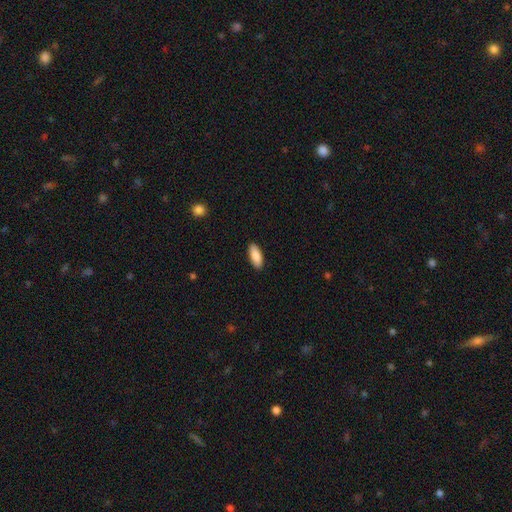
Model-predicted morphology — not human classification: Smooth or featured?
  - smooth: 89% *
  - star or artifact: 6%
  - featured or disk: 5%
How rounded?
  - in between: 76% *
  - cigar-shaped: 22%
  - round: 2%
Merging?
  - none: 90% *
  - minor disturbance: 7%
  - major disturbance: 2%
  - merger: 1%